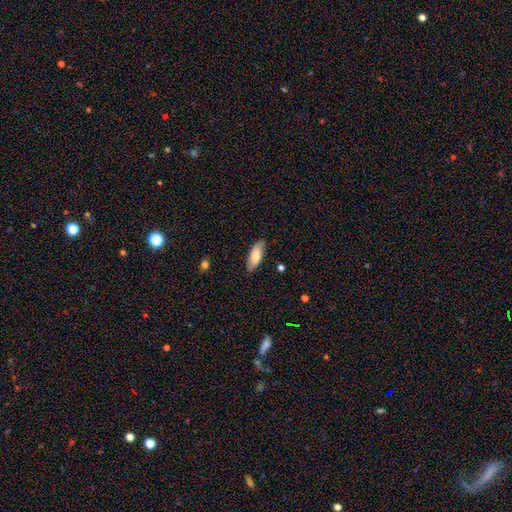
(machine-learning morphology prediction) Smooth or featured? smooth (79%)
How rounded? in between (74%)
Merging? none (81%)